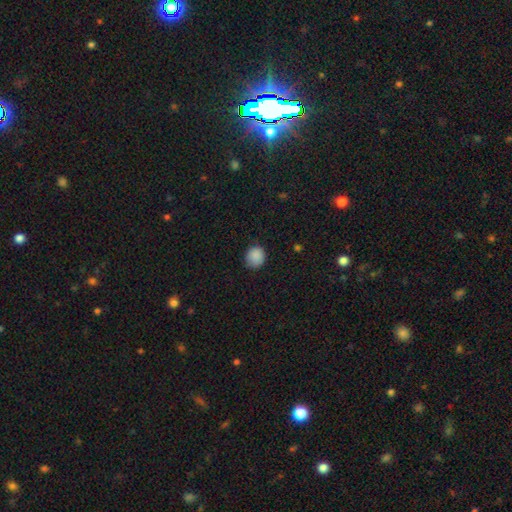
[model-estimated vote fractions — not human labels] Morphology: type=smooth (88%); roundness=round (84%); merging=none (79%).